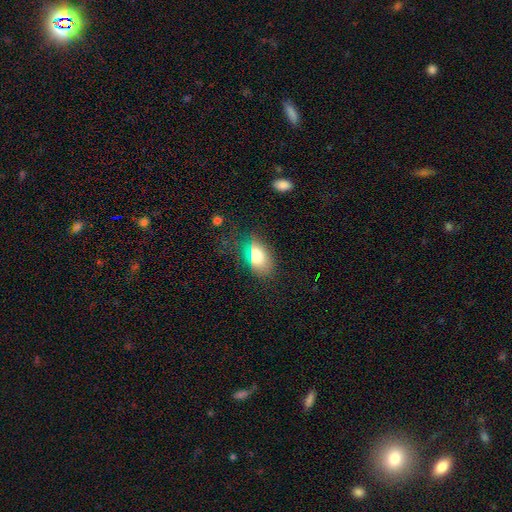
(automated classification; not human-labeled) This is likely a smooth galaxy (75%). How rounded: clearly in between (85%). Merging: likely none (67%).